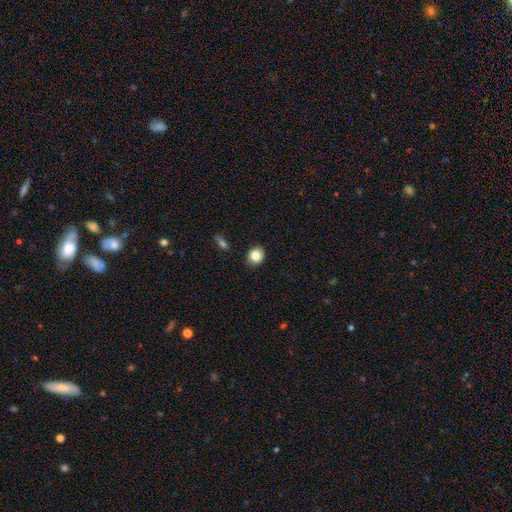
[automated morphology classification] A smooth galaxy with no disk features (83%) that is round (72%).

Vote fractions:
- Smooth or featured? smooth: 83% / star or artifact: 9% / featured or disk: 8%
- How rounded? round: 72% / in between: 27% / cigar-shaped: 1%
- Merging? none: 86% / minor disturbance: 10% / major disturbance: 2% / merger: 2%